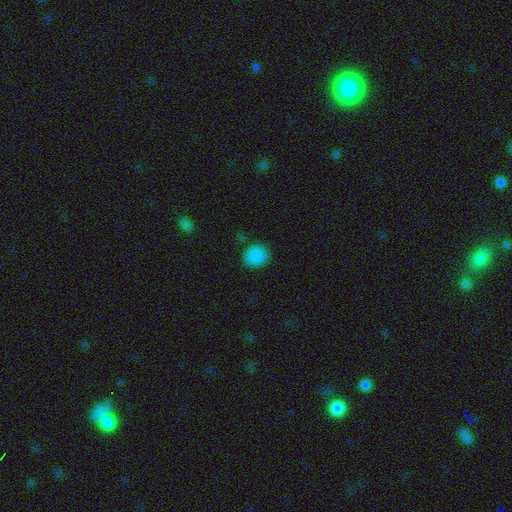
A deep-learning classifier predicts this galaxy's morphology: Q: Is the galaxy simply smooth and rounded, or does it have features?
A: smooth — 86%.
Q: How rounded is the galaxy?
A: round — 80%.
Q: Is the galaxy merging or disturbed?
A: none — 87%.